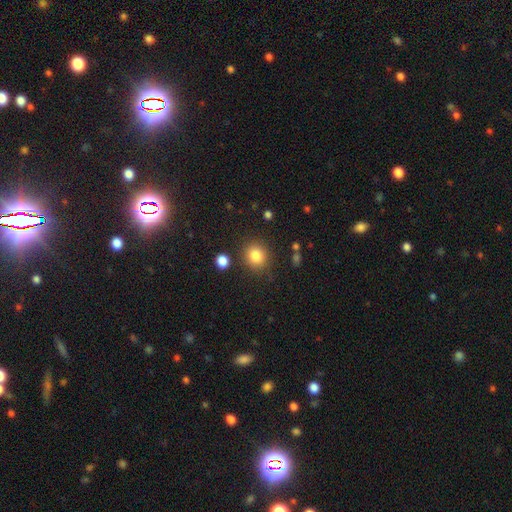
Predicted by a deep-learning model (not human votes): Smooth or featured? smooth (83%)
How rounded? round (84%)
Merging? none (84%)